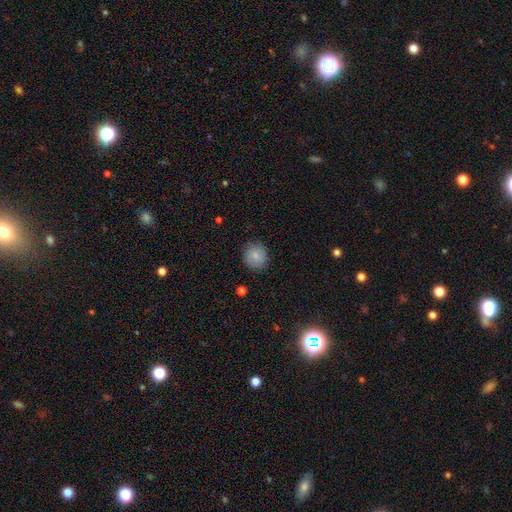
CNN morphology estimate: type=smooth (77%); roundness=round (83%); merging=none (83%).